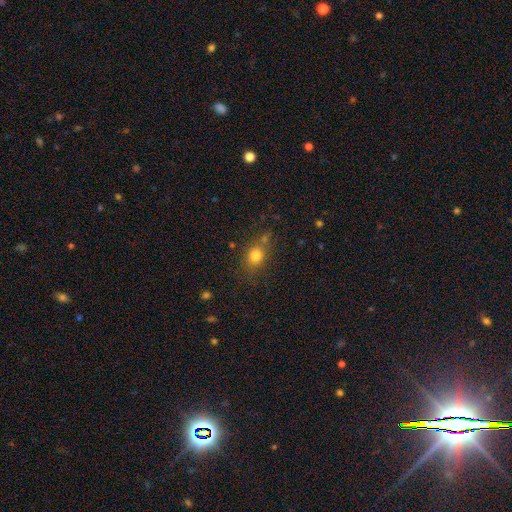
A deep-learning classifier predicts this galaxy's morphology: Overall: smooth (78%). How rounded: round (61%; in between 37%). Merging: none (70%).